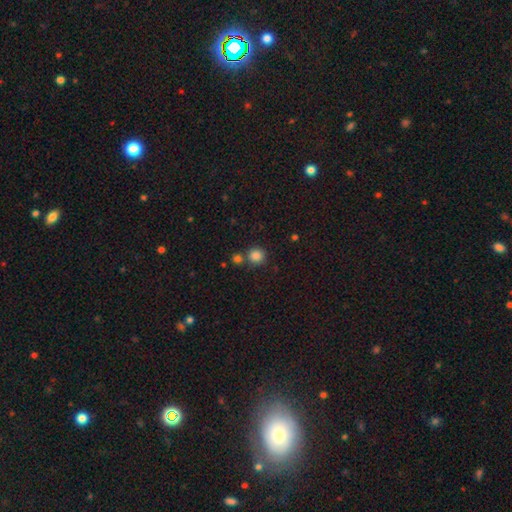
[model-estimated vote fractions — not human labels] smooth_or_featured: smooth (p=0.85) [alt: star or artifact p=0.11]
how_rounded: round (p=0.91) [alt: in between p=0.08]
merging: none (p=0.71) [alt: merger p=0.18]